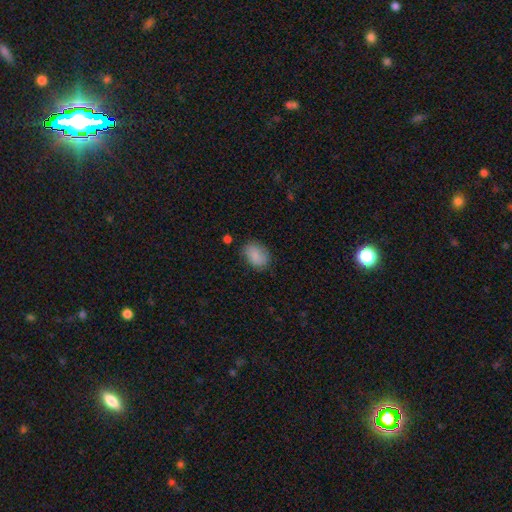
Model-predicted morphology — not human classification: Q: Smooth or featured?
A: smooth (85%); runner-up: star or artifact (8%)
Q: How rounded?
A: in between (73%); runner-up: round (25%)
Q: Merging?
A: none (75%); runner-up: minor disturbance (19%)